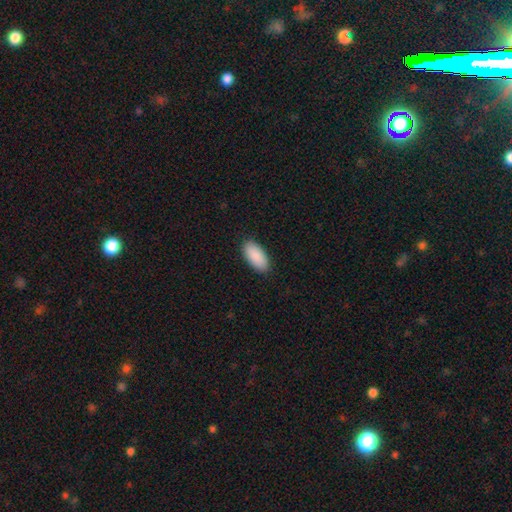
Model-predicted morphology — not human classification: Smooth or featured? smooth (91%)
How rounded? in between (93%)
Merging? none (89%)